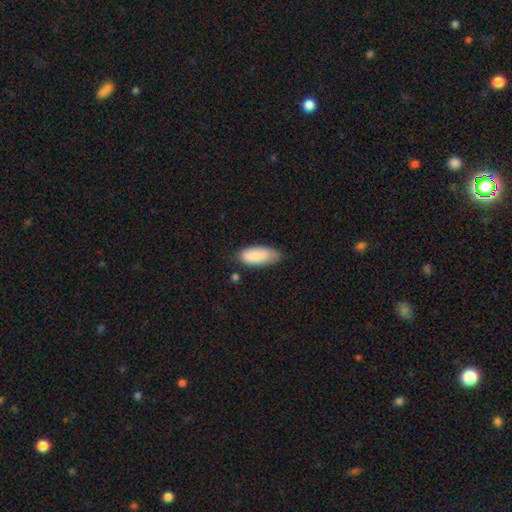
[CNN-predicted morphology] Overall: smooth (88%). How rounded: in between (85%). Merging: none (69%).